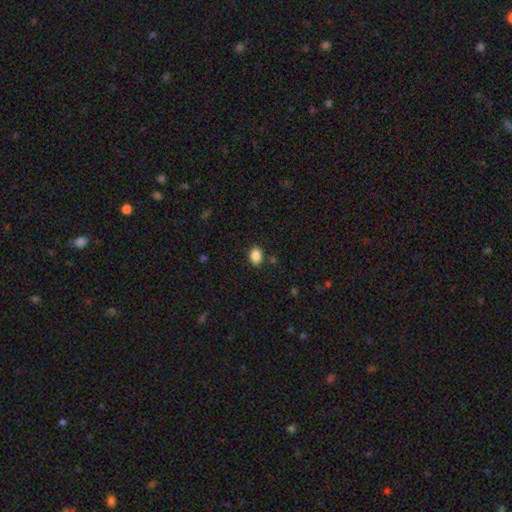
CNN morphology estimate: This is clearly a smooth galaxy (87%). How rounded: likely in between (69%). Merging: clearly none (85%).